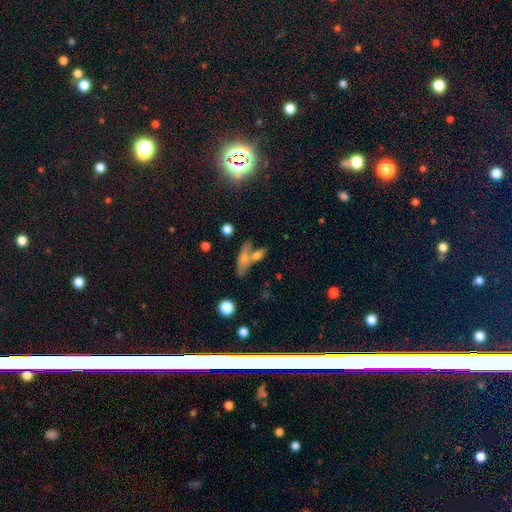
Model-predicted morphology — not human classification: smooth-or-featured: smooth: 56% | featured or disk: 29% | star or artifact: 15%
  how-rounded: in between: 46% | cigar-shaped: 44% | round: 10%
  merging: none: 42% | merger: 38% | minor disturbance: 12% | major disturbance: 8%